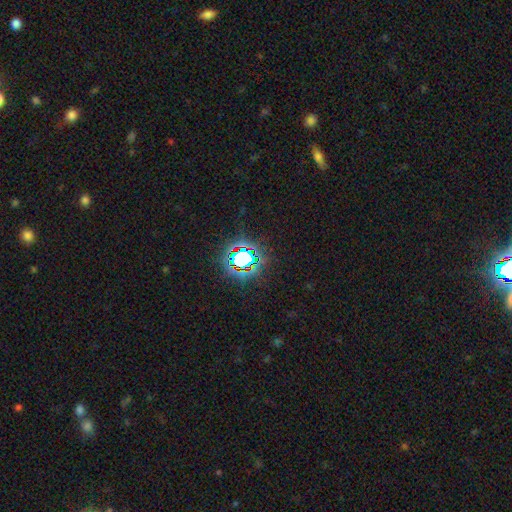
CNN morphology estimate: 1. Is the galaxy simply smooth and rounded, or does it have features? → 79% star or artifact, 14% smooth, 8% featured or disk.